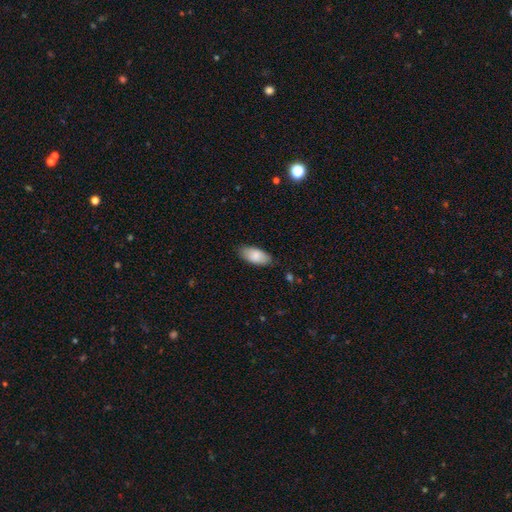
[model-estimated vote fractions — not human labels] smooth 86%, featured or disk 8%, star or artifact 6%. Down the decision tree: how rounded — in between (92%); merging — none (82%).